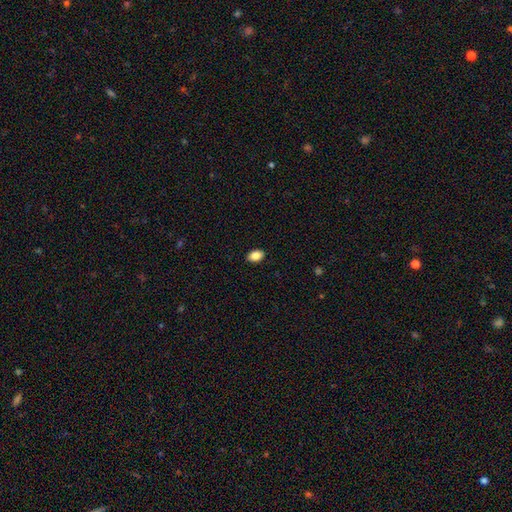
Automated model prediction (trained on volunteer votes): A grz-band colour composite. It shows a smooth galaxy with no disk features (86%) that is in between round and cigar-shaped (86%). Merging: none (90%).